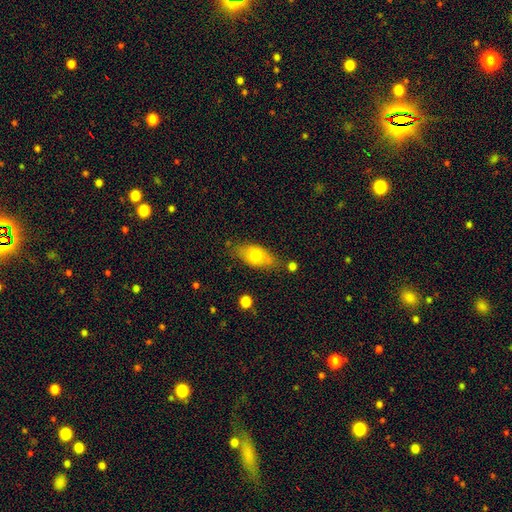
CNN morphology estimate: Overall: smooth (71%). How rounded: in between (84%). Merging: none (68%).